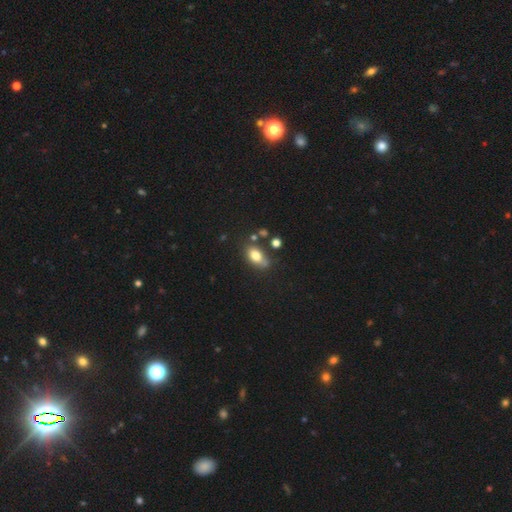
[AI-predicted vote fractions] smooth_or_featured: smooth (p=0.78) [alt: featured or disk p=0.13]
how_rounded: in between (p=0.84) [alt: round p=0.11]
merging: none (p=0.60) [alt: minor disturbance p=0.20]